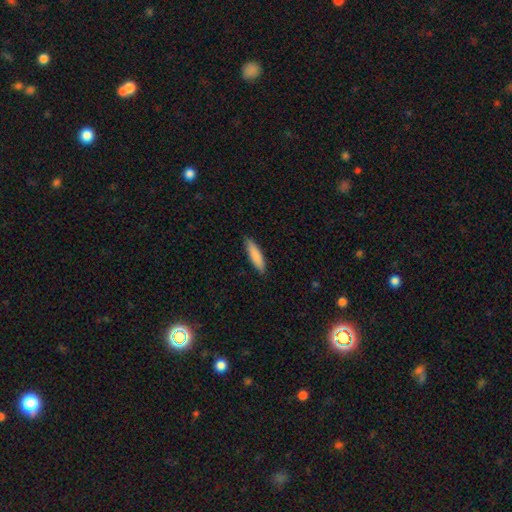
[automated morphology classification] Q: Smooth or featured?
A: smooth (85%); runner-up: featured or disk (9%)
Q: How rounded?
A: cigar-shaped (70%); runner-up: in between (28%)
Q: Merging?
A: none (86%); runner-up: minor disturbance (11%)